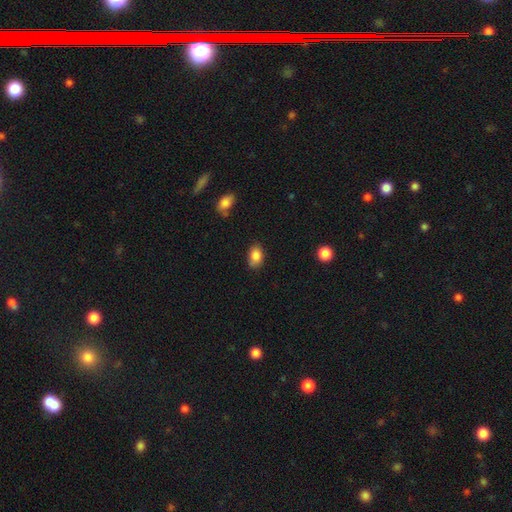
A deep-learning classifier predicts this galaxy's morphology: Smooth or featured? smooth (86%)
How rounded? in between (84%)
Merging? none (75%)